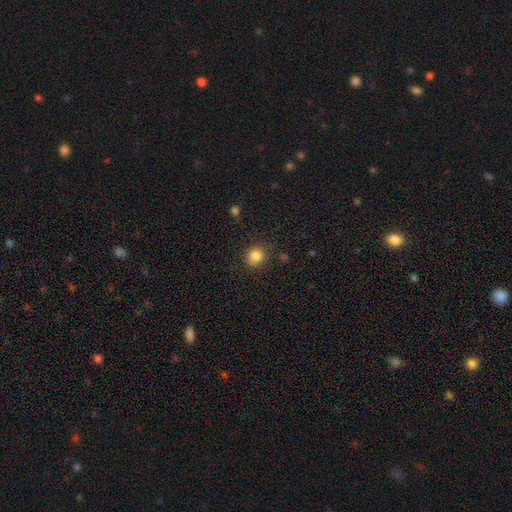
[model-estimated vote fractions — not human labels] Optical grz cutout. It shows a smooth galaxy with no disk features (84%) that is round (79%). Merging: none (84%).